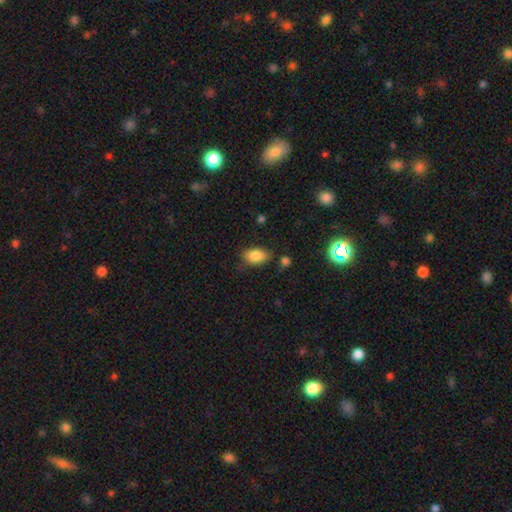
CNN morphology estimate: Q: Smooth or featured?
A: smooth (84%); runner-up: star or artifact (8%)
Q: How rounded?
A: in between (90%); runner-up: round (7%)
Q: Merging?
A: none (74%); runner-up: minor disturbance (17%)